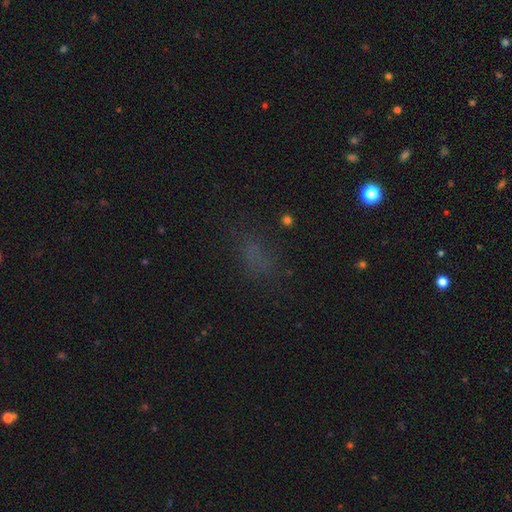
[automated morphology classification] type=smooth (57%); roundness=in between (74%); merging=none (67%).